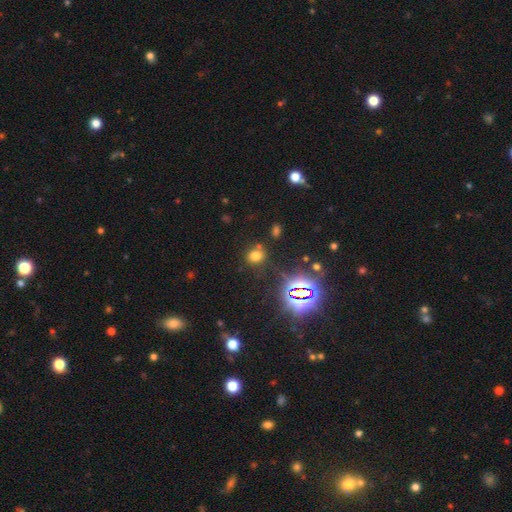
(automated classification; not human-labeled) This is likely a smooth galaxy (63%). How rounded: likely round (61%). Merging: likely none (72%).